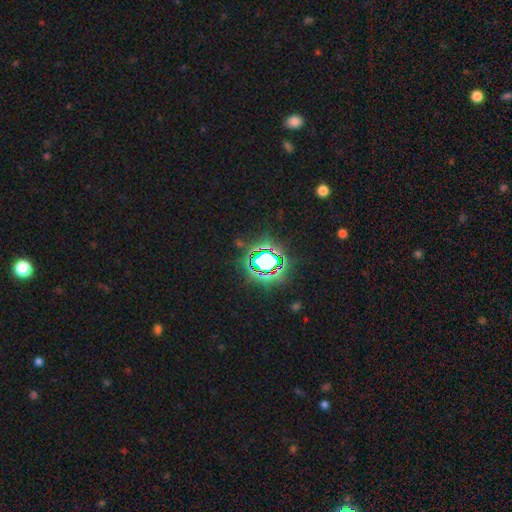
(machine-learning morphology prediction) Smooth or featured?
  - star or artifact: 80% *
  - smooth: 13%
  - featured or disk: 7%